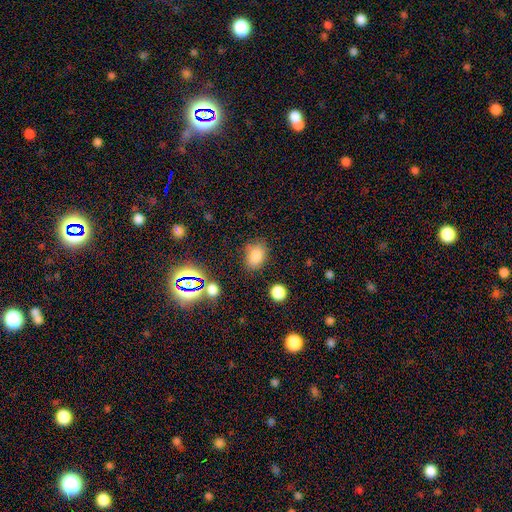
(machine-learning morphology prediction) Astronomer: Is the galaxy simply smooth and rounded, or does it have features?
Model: smooth — 79%.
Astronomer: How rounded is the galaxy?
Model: in between — 74%.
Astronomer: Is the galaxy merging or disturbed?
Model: none — 78%.